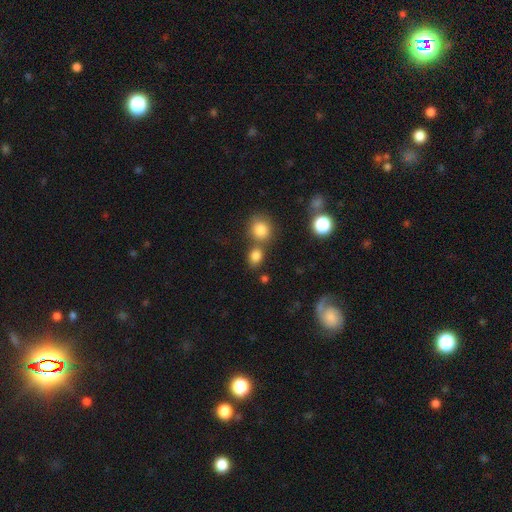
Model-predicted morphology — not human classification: A smooth galaxy with no disk features (81%) that is round (52%).

Vote fractions:
- Smooth or featured? smooth: 81% / star or artifact: 13% / featured or disk: 7%
- How rounded? round: 52% / in between: 47% / cigar-shaped: 1%
- Merging? none: 59% / merger: 27% / minor disturbance: 10% / major disturbance: 4%